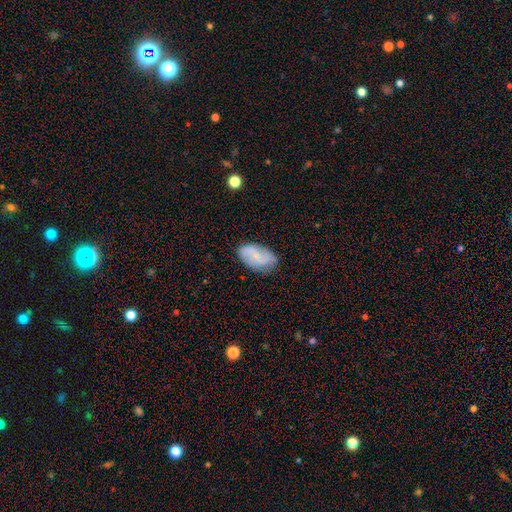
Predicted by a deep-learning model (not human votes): Smooth or featured? smooth (55%)
How rounded? in between (93%)
Merging? none (75%)